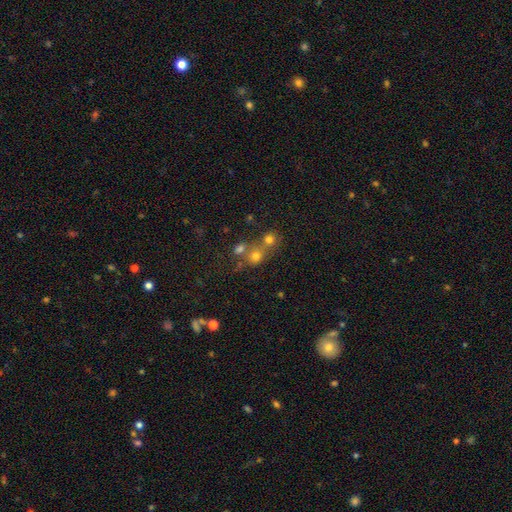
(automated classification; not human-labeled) smooth 64%, star or artifact 22%, featured or disk 14%. Down the decision tree: how rounded — round (83%); merging — merger (45%, tied with none).